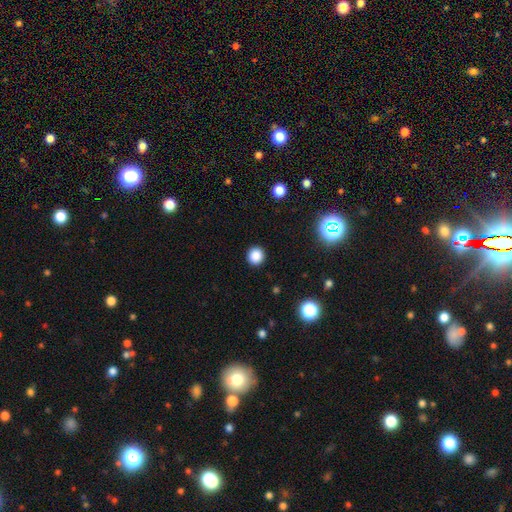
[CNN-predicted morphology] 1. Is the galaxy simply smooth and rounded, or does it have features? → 85% smooth, 12% star or artifact, 3% featured or disk.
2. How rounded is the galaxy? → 92% round, 7% in between, 1% cigar-shaped.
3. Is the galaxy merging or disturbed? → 92% none, 5% minor disturbance, 2% major disturbance, 1% merger.